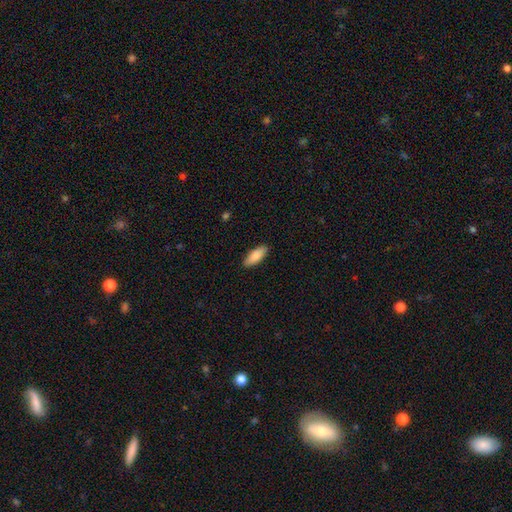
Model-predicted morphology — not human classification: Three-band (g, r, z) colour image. It shows a smooth galaxy with no disk features (84%) that is in between round and cigar-shaped (71%). Merging: none (88%).